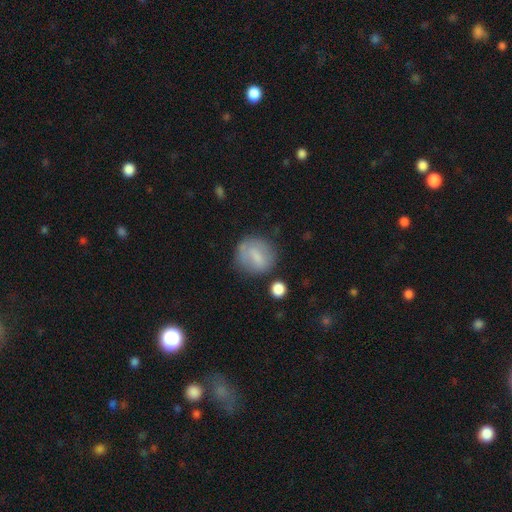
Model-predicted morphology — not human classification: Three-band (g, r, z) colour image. It shows a smooth galaxy with no disk features (67%) that is round (73%). Merging: none (70%).